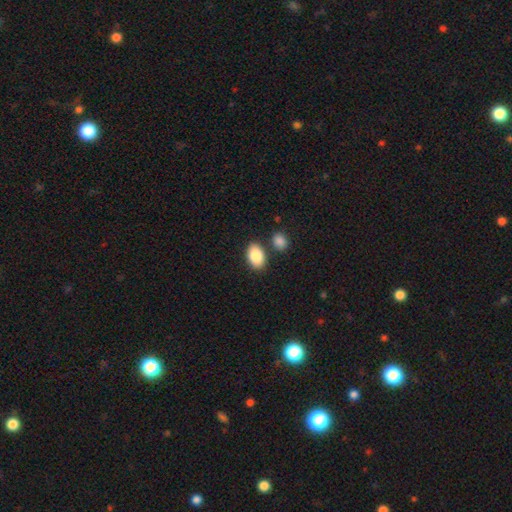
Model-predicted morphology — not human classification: This is clearly a smooth galaxy (87%). How rounded: clearly in between (88%). Merging: likely none (77%).